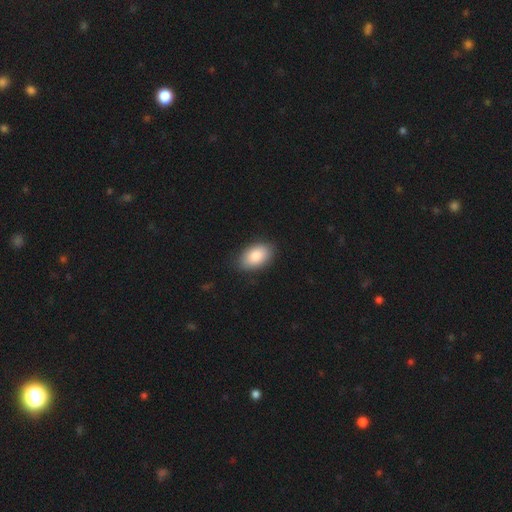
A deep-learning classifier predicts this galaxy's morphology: This is clearly a smooth galaxy (86%). How rounded: clearly in between (92%). Merging: clearly none (86%).